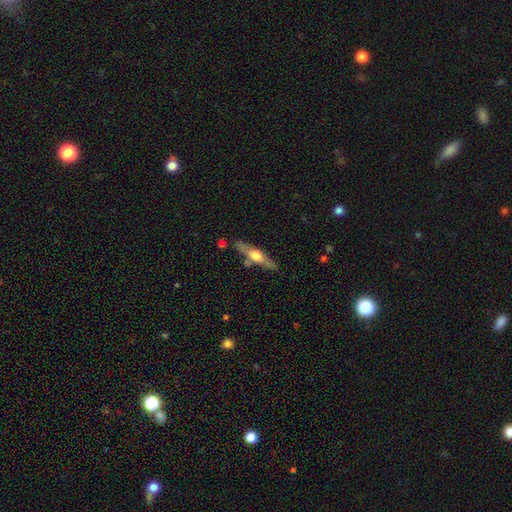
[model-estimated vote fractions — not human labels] Smooth or featured? featured or disk (61%)
Edge-on disk? yes (92%)
Edge-on bulge? rounded (92%)
Merging? none (80%)